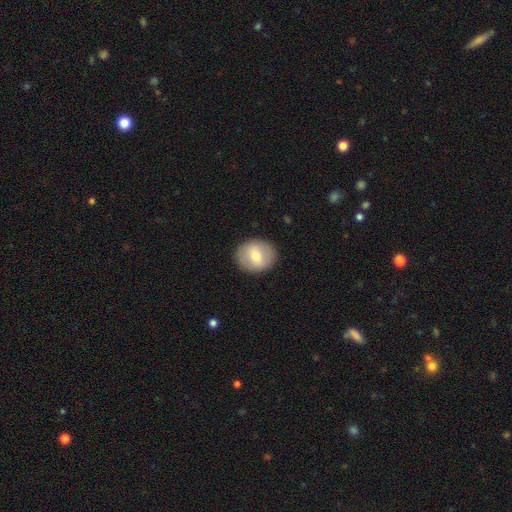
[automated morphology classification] smooth-or-featured: smooth: 66% | featured or disk: 27% | star or artifact: 7%
  how-rounded: round: 72% | in between: 27% | cigar-shaped: 1%
  merging: none: 89% | minor disturbance: 8% | major disturbance: 2% | merger: 1%